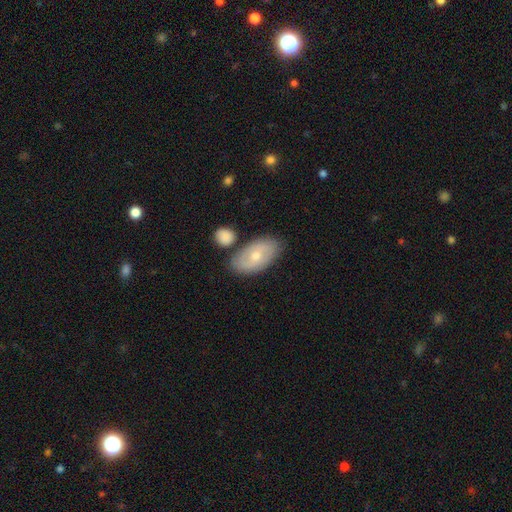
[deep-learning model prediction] A smooth galaxy with no disk features (51%) that is in between round and cigar-shaped (92%).

Vote fractions:
- Smooth or featured? smooth: 51% / featured or disk: 43% / star or artifact: 6%
- How rounded? in between: 92% / round: 5% / cigar-shaped: 2%
- Merging? none: 72% / minor disturbance: 16% / merger: 9% / major disturbance: 4%